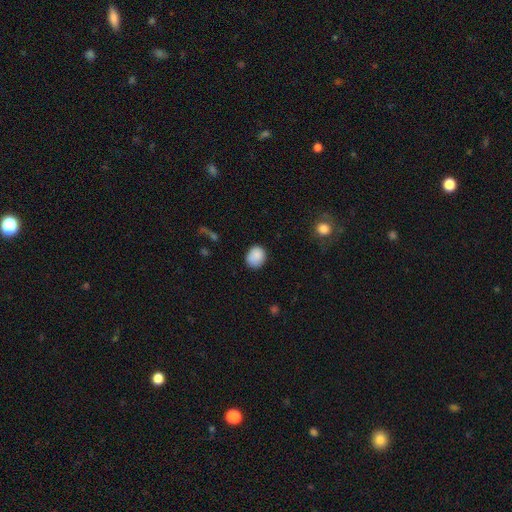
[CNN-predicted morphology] The model was most divided on "how rounded": round: 61%, in between: 38%, cigar-shaped: 1%. More confident: smooth or featured — smooth (88%); merging — none (79%).